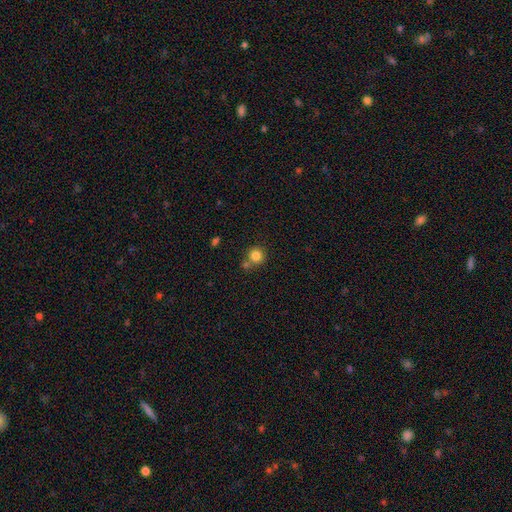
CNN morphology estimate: Smooth or featured? smooth (83%)
How rounded? round (91%)
Merging? none (64%)